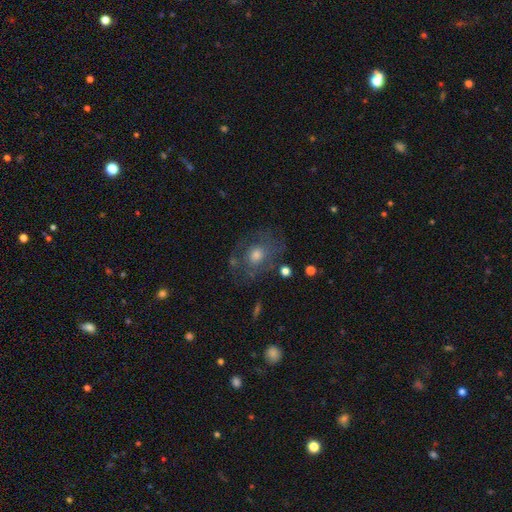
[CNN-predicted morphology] A featured or disk galaxy (48%).

Vote fractions:
- Smooth or featured? featured or disk: 48% / smooth: 31% / star or artifact: 21%
- Merging? none: 71% / minor disturbance: 16% / major disturbance: 10% / merger: 3%